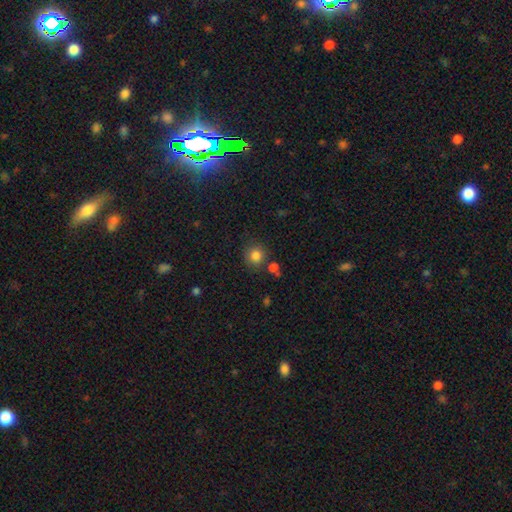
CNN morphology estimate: Smooth or featured? smooth (83%)
How rounded? round (90%)
Merging? none (79%)